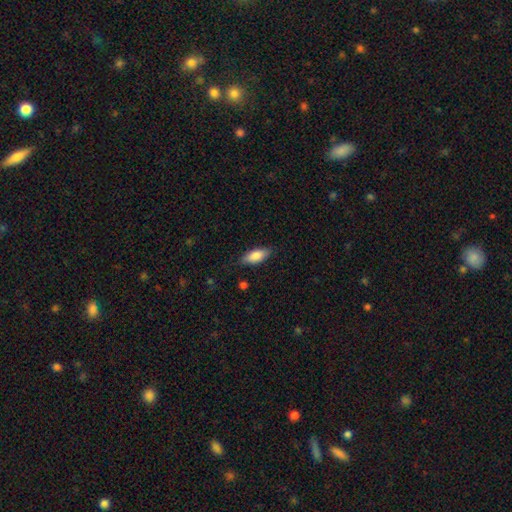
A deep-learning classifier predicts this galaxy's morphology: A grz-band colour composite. It shows a smooth galaxy with no disk features (84%) that is in between round and cigar-shaped (81%). Merging: none (82%).